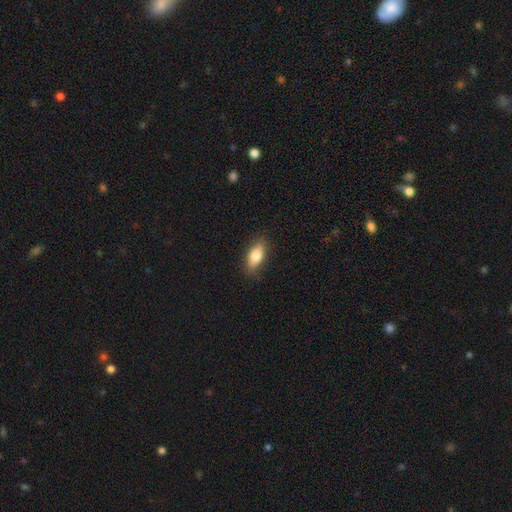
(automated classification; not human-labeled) A smooth galaxy with no disk features (76%) that is in between round and cigar-shaped (82%). Merging: none (84%).